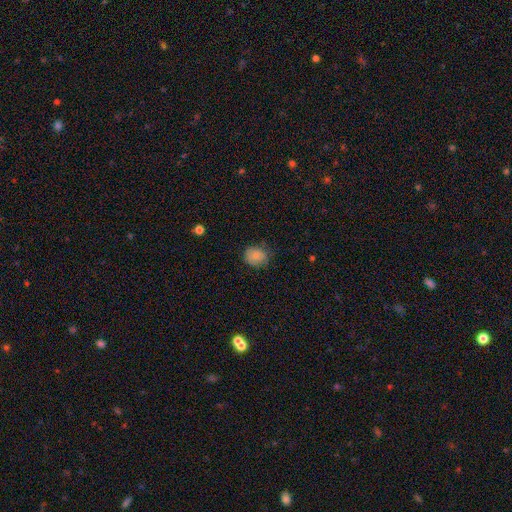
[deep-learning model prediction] The model was most divided on "how rounded": round: 71%, in between: 29%, cigar-shaped: 1%. More confident: smooth or featured — smooth (85%); merging — none (72%).